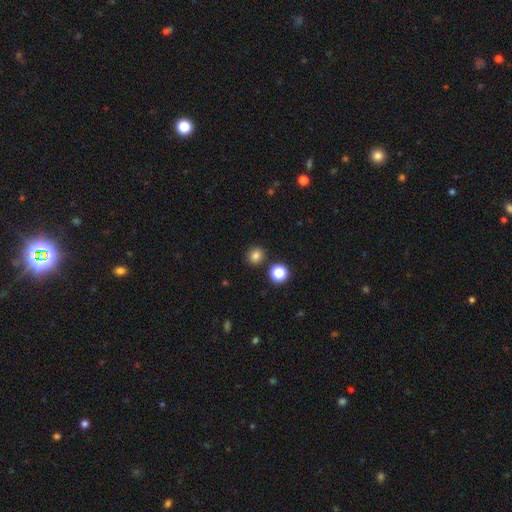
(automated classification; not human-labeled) Overall: smooth (81%). How rounded: round (86%). Merging: none (87%).